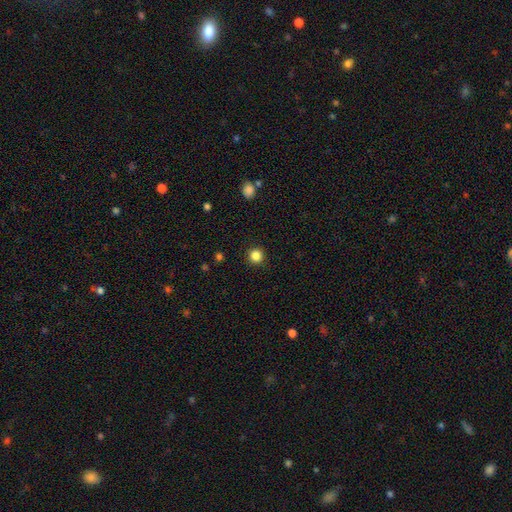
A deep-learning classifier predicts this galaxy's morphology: A smooth galaxy with no disk features (85%) that is round (95%).

Vote fractions:
- Smooth or featured? smooth: 85% / star or artifact: 12% / featured or disk: 4%
- How rounded? round: 95% / in between: 4% / cigar-shaped: 1%
- Merging? none: 92% / minor disturbance: 5% / major disturbance: 2% / merger: 1%